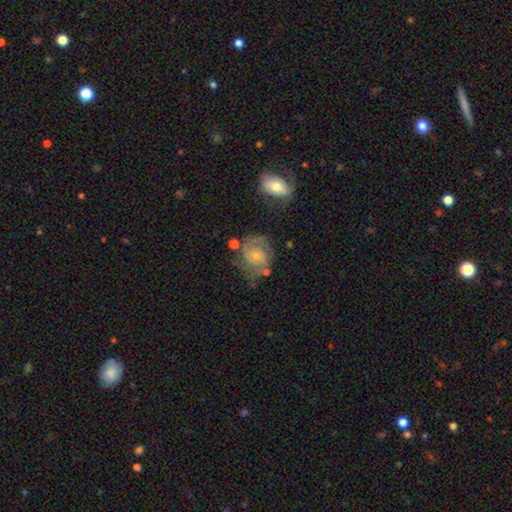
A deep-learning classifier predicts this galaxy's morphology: Overall: featured or disk (81%). Edge-on disk: no (98%). Bar: no (64%; weak 31%). Spiral arms: yes (95%). Spiral arm count: 2 (72%). Spiral winding: tight (47%; medium 42%). Bulge size: small (64%; moderate 29%). Merging: none (64%).